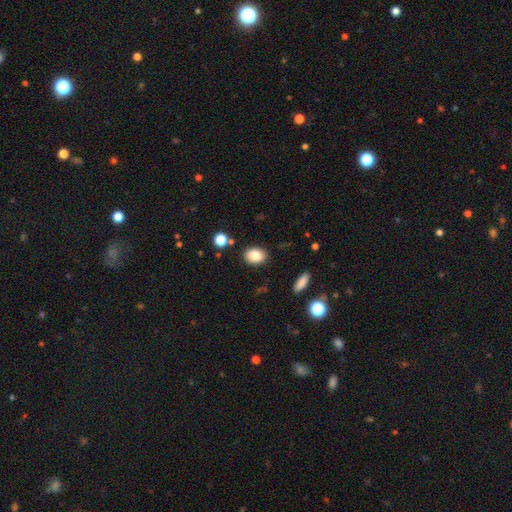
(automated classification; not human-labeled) A smooth galaxy with no disk features (85%) that is in between round and cigar-shaped (68%).

Vote fractions:
- Smooth or featured? smooth: 85% / star or artifact: 9% / featured or disk: 6%
- How rounded? in between: 68% / round: 30% / cigar-shaped: 1%
- Merging? none: 84% / minor disturbance: 10% / merger: 3% / major disturbance: 3%